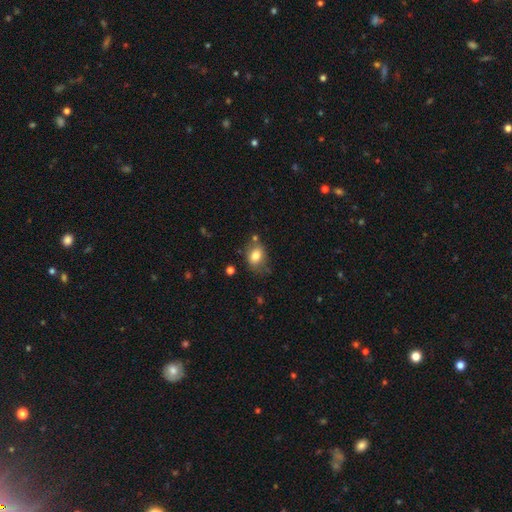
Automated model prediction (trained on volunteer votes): Smooth or featured: smooth — 80% (featured or disk — 11%)
How rounded: in between — 65% (round — 34%)
Merging: none — 65% (minor disturbance — 21%)